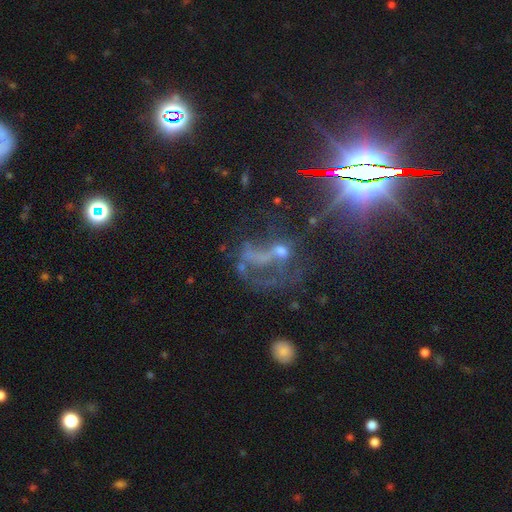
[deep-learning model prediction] This appears to be a featured or disk galaxy (47%). Merging: major disturbance (44%).